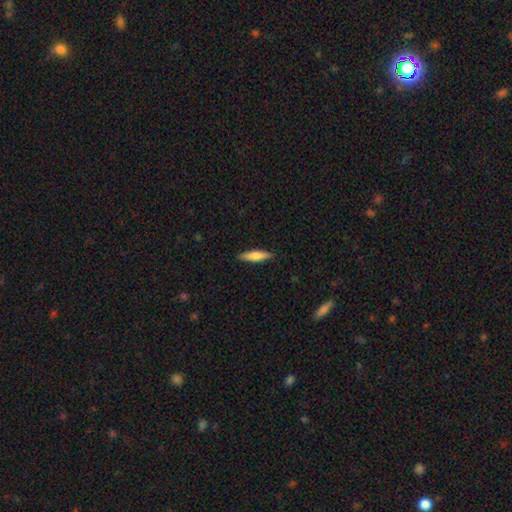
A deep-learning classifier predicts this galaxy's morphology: This appears to be a smooth galaxy with no disk features (70%) that is cigar-shaped (74%). Merging: none (89%).